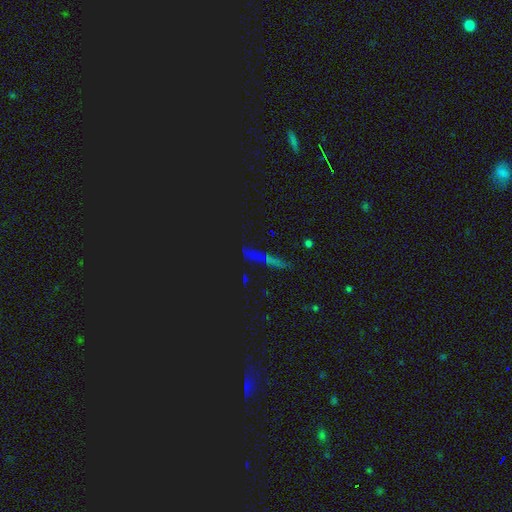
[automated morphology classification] Smooth or featured? star or artifact (54%)